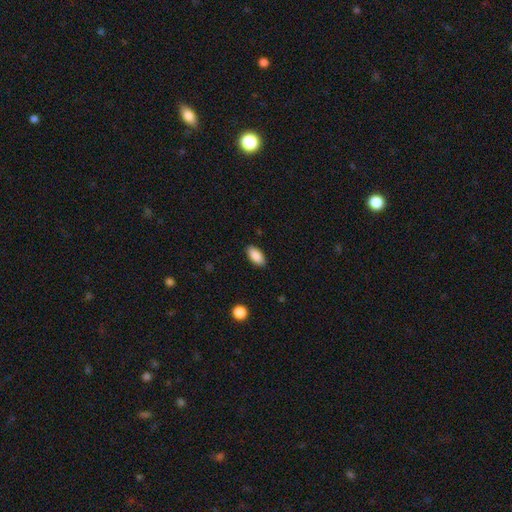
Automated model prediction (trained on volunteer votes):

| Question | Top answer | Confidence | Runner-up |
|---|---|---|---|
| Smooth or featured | smooth | 89% | star or artifact (7%) |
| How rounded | in between | 91% | cigar-shaped (6%) |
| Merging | none | 88% | minor disturbance (9%) |